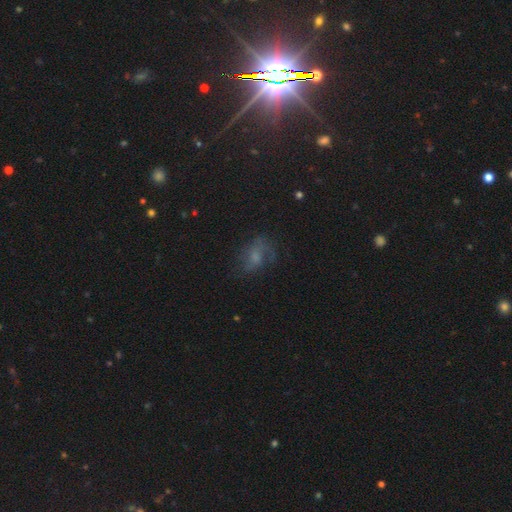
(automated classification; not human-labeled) Smooth or featured?
  - featured or disk: 47% *
  - smooth: 34%
  - star or artifact: 19%
Merging?
  - none: 53% *
  - minor disturbance: 23%
  - major disturbance: 22%
  - merger: 2%